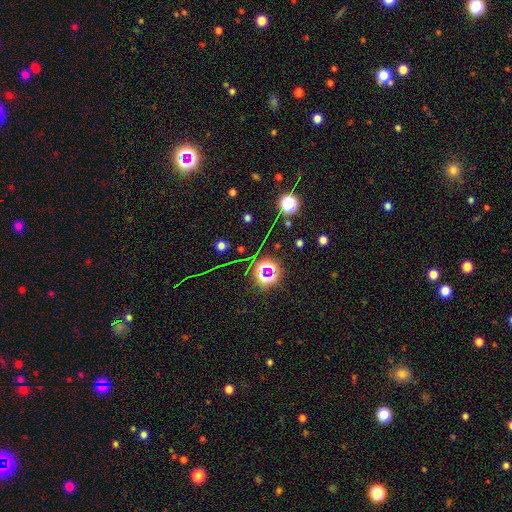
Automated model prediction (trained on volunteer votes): Morphology: type=star or artifact (74%).